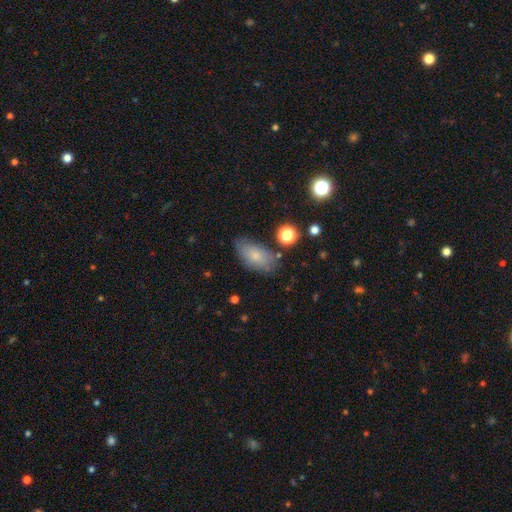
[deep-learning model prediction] This appears to be a smooth galaxy with no disk features (76%) that is in between round and cigar-shaped (90%). Merging: none (71%).